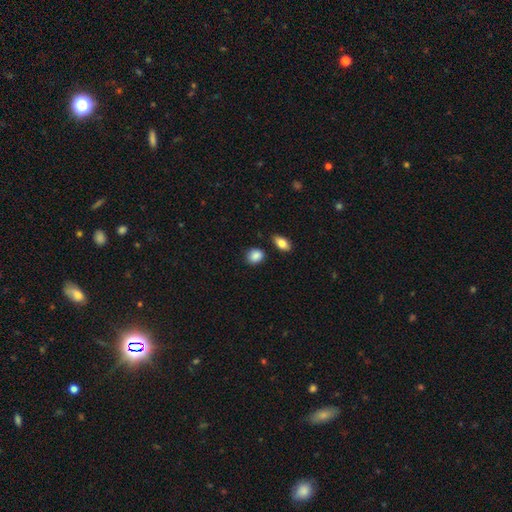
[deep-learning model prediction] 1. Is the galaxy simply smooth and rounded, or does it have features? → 88% smooth, 8% star or artifact, 4% featured or disk.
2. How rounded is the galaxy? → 58% round, 40% in between, 2% cigar-shaped.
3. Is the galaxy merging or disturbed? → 81% none, 12% minor disturbance, 4% merger, 3% major disturbance.